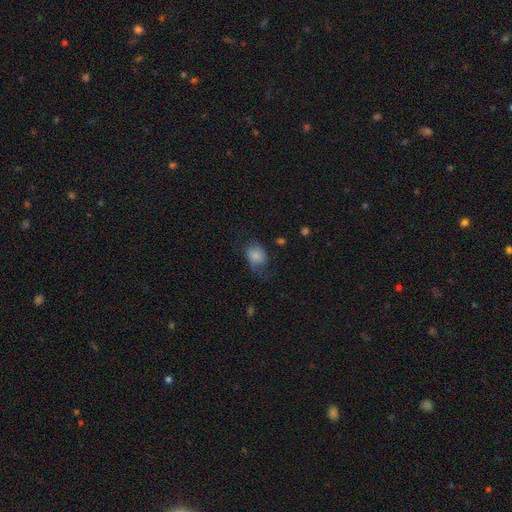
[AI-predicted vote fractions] The model was most divided on "merging": none: 46%, minor disturbance: 30%, major disturbance: 21%, merger: 2%. More confident: smooth or featured — smooth (76%); how rounded — in between (59%).